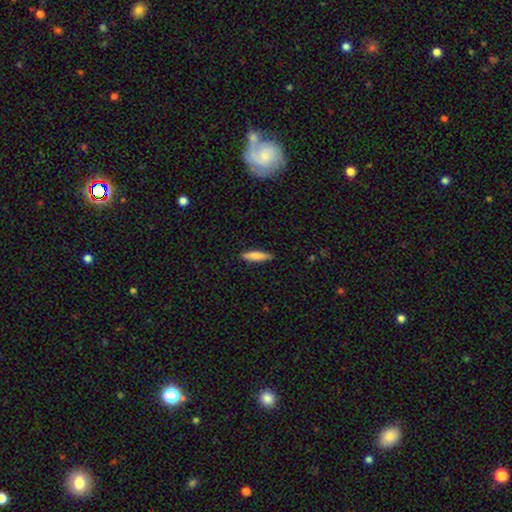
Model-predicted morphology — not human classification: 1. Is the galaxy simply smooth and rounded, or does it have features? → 78% smooth, 16% featured or disk, 6% star or artifact.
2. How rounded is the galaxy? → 78% cigar-shaped, 20% in between, 2% round.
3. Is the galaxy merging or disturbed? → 86% none, 11% minor disturbance, 2% major disturbance, 1% merger.